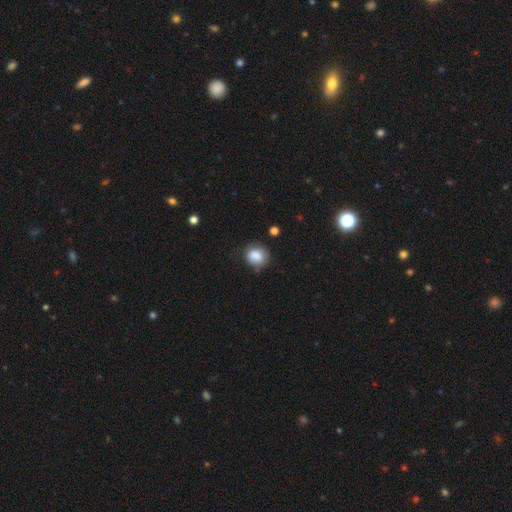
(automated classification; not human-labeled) smooth 83%, star or artifact 9%, featured or disk 8%. Down the decision tree: how rounded — round (62%); merging — none (64%).